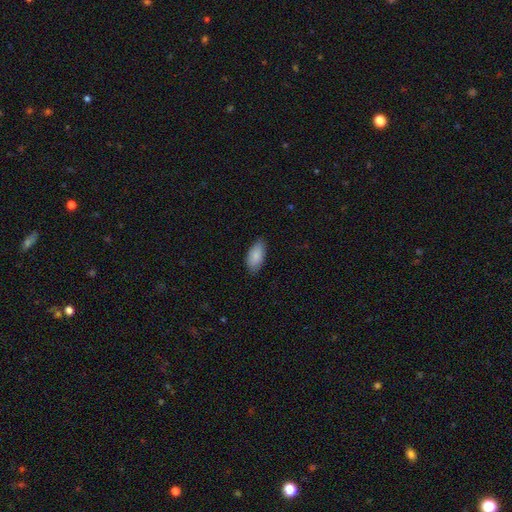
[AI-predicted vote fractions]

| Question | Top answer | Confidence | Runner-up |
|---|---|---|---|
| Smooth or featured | smooth | 88% | featured or disk (7%) |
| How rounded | in between | 93% | cigar-shaped (5%) |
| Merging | none | 80% | minor disturbance (16%) |